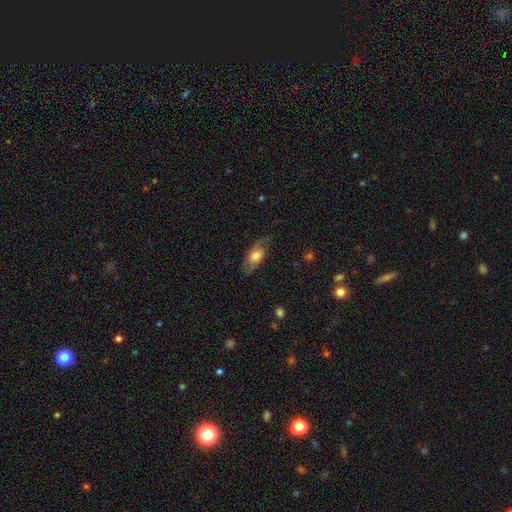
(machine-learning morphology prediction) Smooth or featured?
  - featured or disk: 47% *
  - smooth: 46%
  - star or artifact: 7%
Merging?
  - none: 70% *
  - minor disturbance: 20%
  - major disturbance: 9%
  - merger: 1%